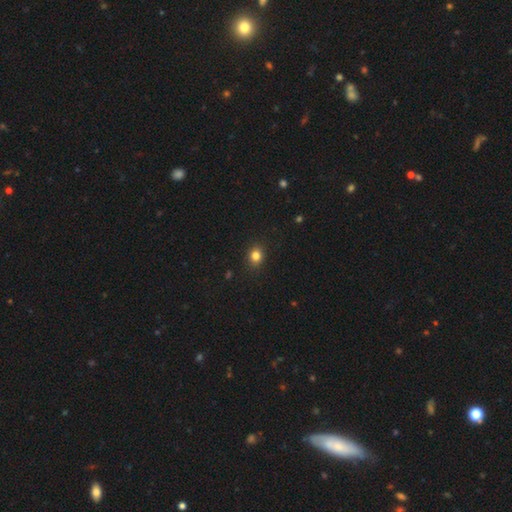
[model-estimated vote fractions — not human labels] A smooth galaxy with no disk features (82%) that is round (65%).

Vote fractions:
- Smooth or featured? smooth: 82% / star or artifact: 13% / featured or disk: 6%
- How rounded? round: 65% / in between: 34% / cigar-shaped: 1%
- Merging? none: 89% / minor disturbance: 8% / major disturbance: 2% / merger: 1%